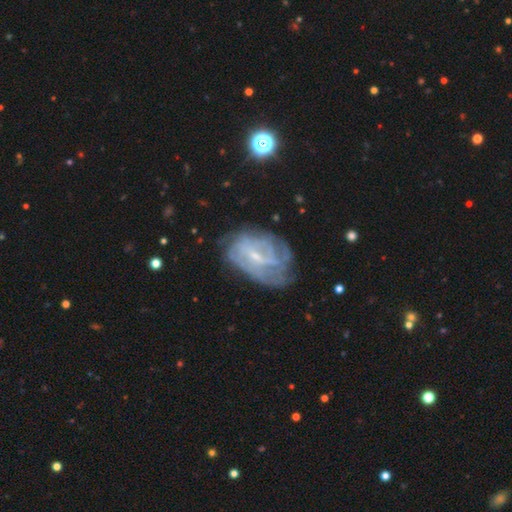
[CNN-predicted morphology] type=featured or disk (77%); edge-on=no (96%); bar=weak (52%); spiral arms=yes (84%); winding=tight (53%); arm count=can't tell (51%); bulge=small (71%); merging=none (60%).